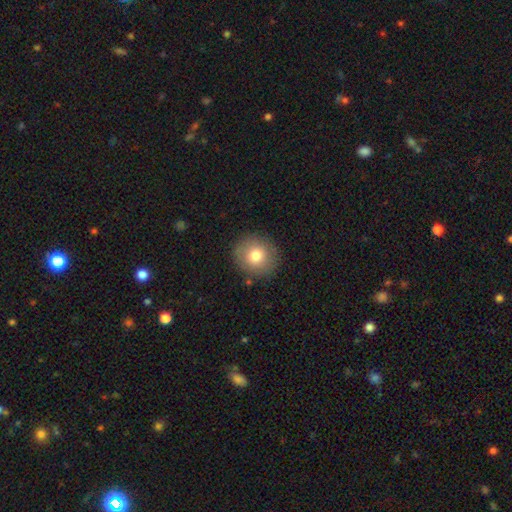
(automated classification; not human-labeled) smooth 78%, featured or disk 13%, star or artifact 9%. Down the decision tree: how rounded — round (91%); merging — none (87%).